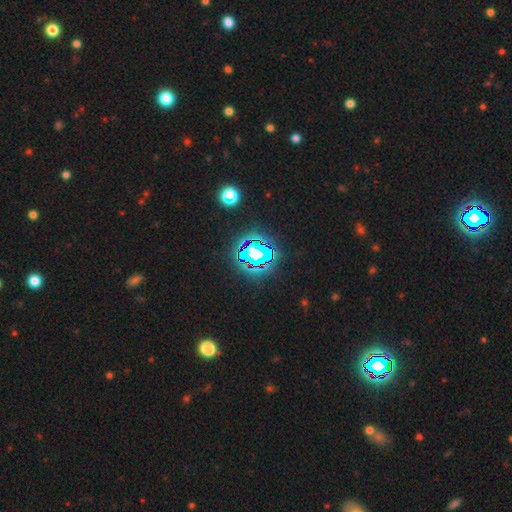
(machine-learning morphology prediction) smooth_or_featured: star or artifact (p=0.69) [alt: smooth p=0.16]